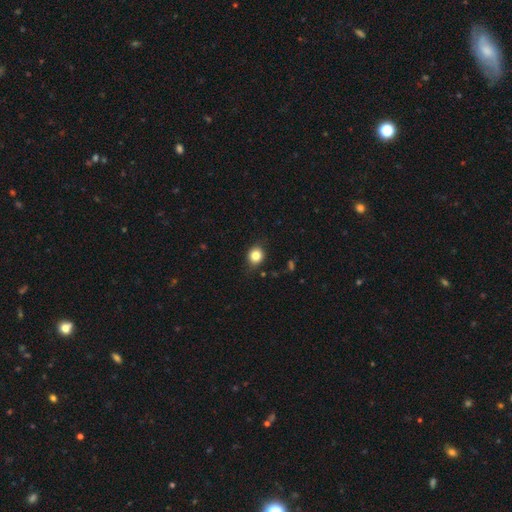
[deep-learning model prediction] The model was most divided on "how rounded": round: 70%, in between: 29%, cigar-shaped: 1%. More confident: smooth or featured — smooth (82%); merging — none (82%).